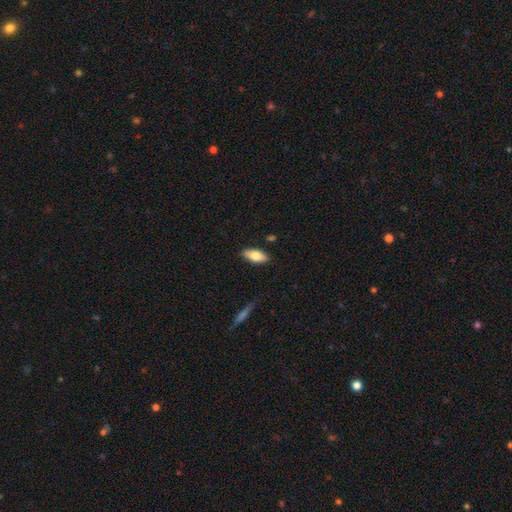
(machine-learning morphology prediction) Smooth or featured? Predicted: smooth (p=0.75). How rounded? Predicted: in between (p=0.83). Merging? Predicted: none (p=0.87).